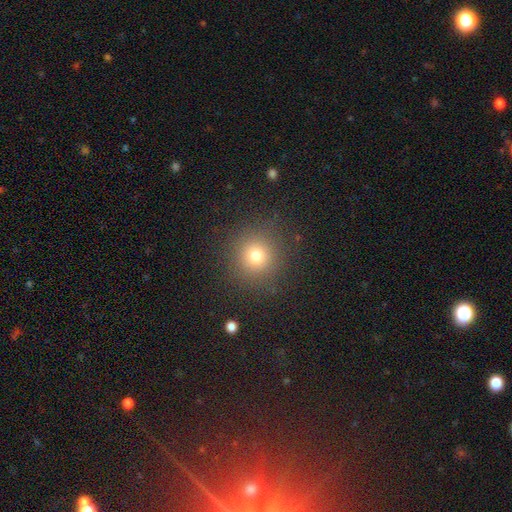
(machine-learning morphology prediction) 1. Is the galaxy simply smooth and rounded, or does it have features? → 74% smooth, 17% star or artifact, 9% featured or disk.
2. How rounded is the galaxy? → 94% round, 5% in between, 1% cigar-shaped.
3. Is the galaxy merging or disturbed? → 88% none, 7% minor disturbance, 3% major disturbance, 1% merger.